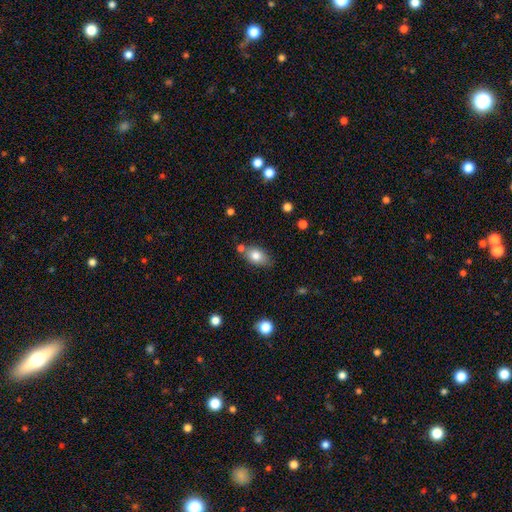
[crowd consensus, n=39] A smooth galaxy with no disk features (79%) that is in between round and cigar-shaped (77%).

Vote fractions:
- Smooth or featured? smooth: 79% / featured or disk: 15% / star or artifact: 5%
- How rounded? in between: 77% / round: 19% / cigar-shaped: 3%
- Merging? none: 81% / merger: 14% / minor disturbance: 3% / major disturbance: 3%